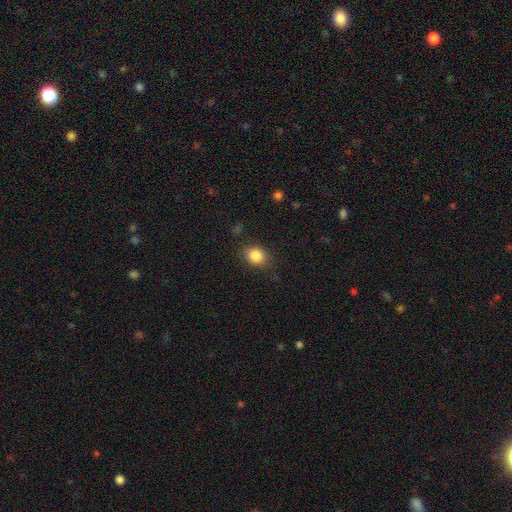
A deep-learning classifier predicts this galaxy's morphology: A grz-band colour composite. It shows a smooth galaxy with no disk features (85%) that is round (50%). Merging: none (81%).